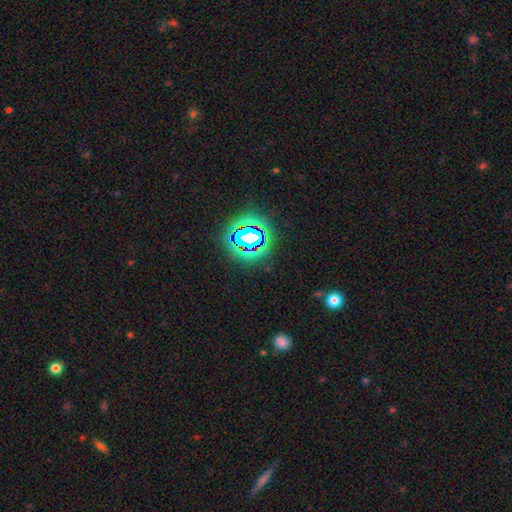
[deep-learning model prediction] star or artifact 79%, smooth 14%, featured or disk 7%.